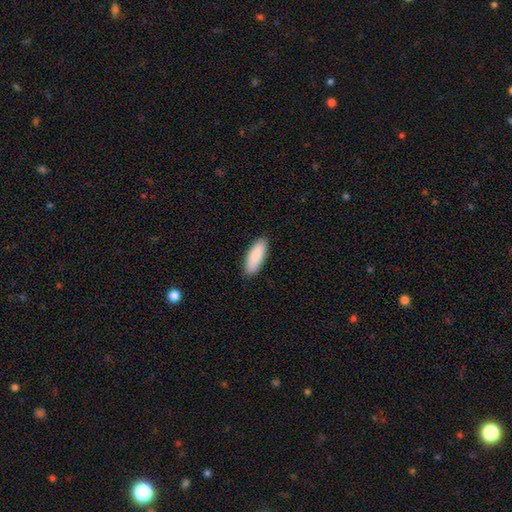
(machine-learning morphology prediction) This is clearly a smooth galaxy (88%). How rounded: likely in between (72%). Merging: clearly none (89%).